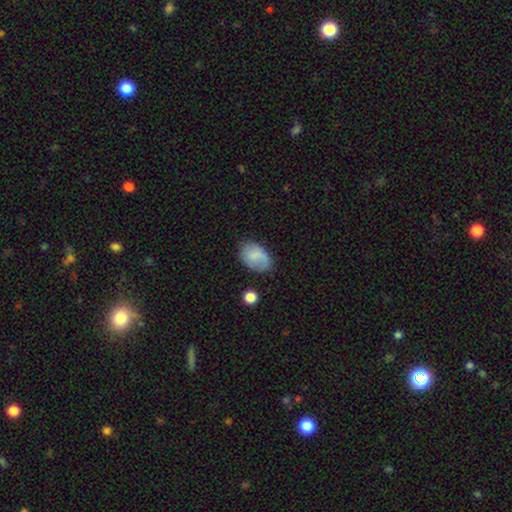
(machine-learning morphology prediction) A smooth galaxy with no disk features (76%) that is in between round and cigar-shaped (88%). Merging: none (64%).